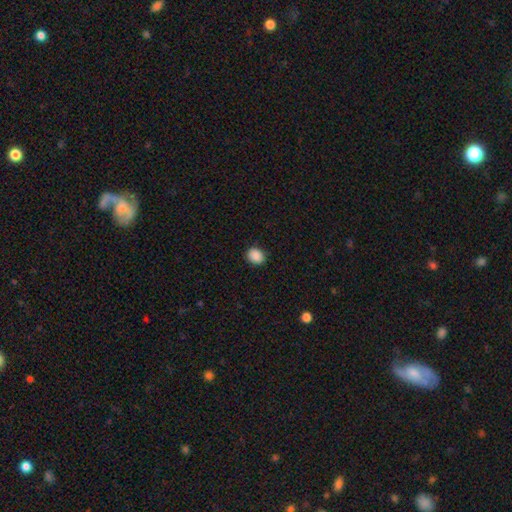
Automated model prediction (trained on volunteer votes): smooth-or-featured: smooth: 89% | star or artifact: 9% | featured or disk: 3%
  how-rounded: round: 56% | in between: 43% | cigar-shaped: 1%
  merging: none: 86% | minor disturbance: 10% | major disturbance: 2% | merger: 1%